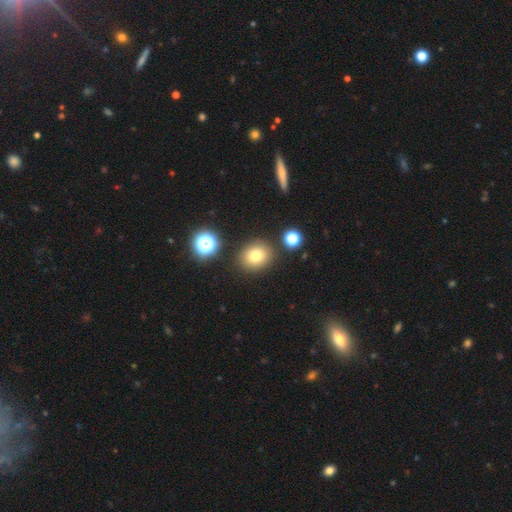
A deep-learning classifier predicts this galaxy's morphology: Smooth or featured? smooth (77%)
How rounded? round (72%)
Merging? none (84%)